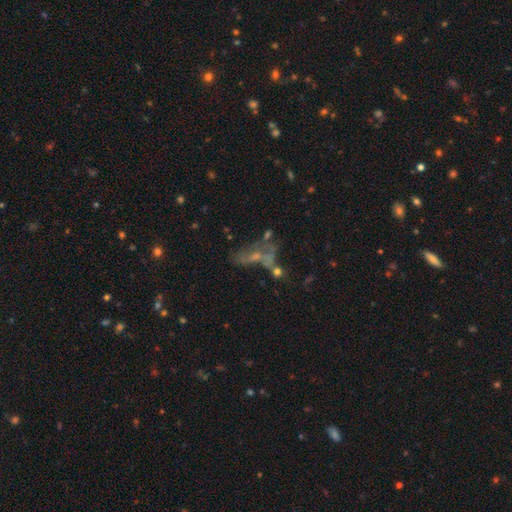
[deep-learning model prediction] Overall: featured or disk (46%; smooth 27%). Merging: major disturbance (32%; none 30%).